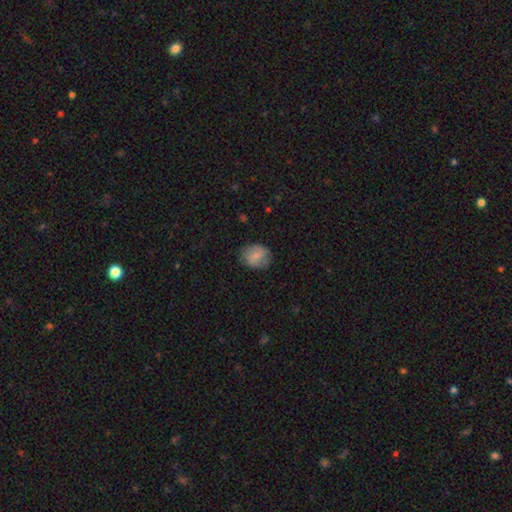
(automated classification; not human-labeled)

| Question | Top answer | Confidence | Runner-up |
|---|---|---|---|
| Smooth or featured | smooth | 75% | featured or disk (18%) |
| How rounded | round | 64% | in between (35%) |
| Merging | none | 80% | minor disturbance (15%) |